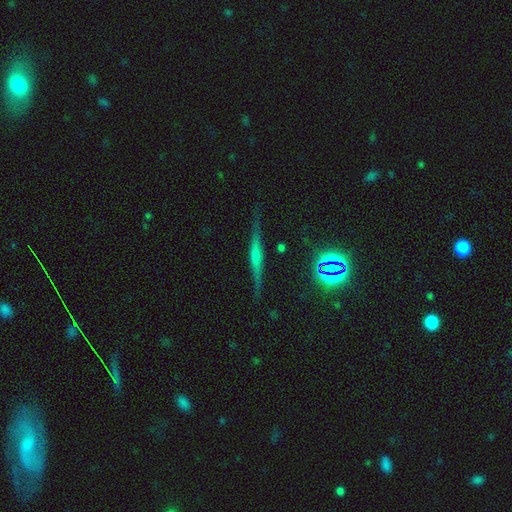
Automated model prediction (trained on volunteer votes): featured or disk 63%, smooth 22%, star or artifact 15%. Down the decision tree: edge-on disk — yes (96%); edge-on bulge — rounded (47%); merging — none (85%).